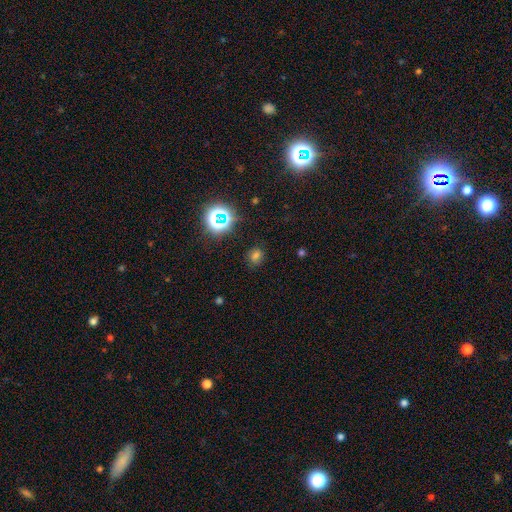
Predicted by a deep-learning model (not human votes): A smooth galaxy with no disk features (64%) that is round (65%).

Vote fractions:
- Smooth or featured? smooth: 64% / star or artifact: 29% / featured or disk: 7%
- How rounded? round: 65% / in between: 33% / cigar-shaped: 1%
- Merging? none: 83% / minor disturbance: 11% / major disturbance: 4% / merger: 2%